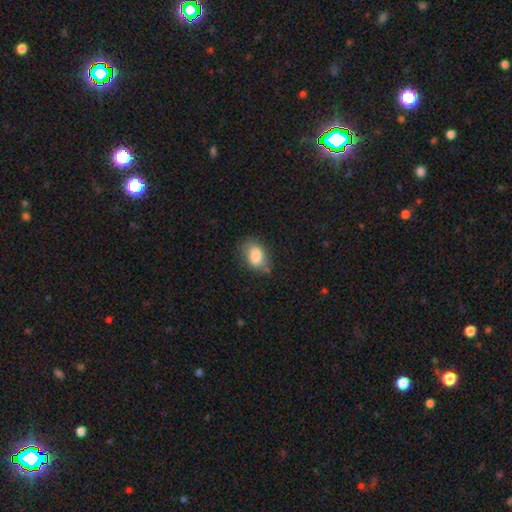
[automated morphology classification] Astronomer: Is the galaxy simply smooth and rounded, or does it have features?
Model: smooth — 84%.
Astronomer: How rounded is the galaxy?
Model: in between — 83%.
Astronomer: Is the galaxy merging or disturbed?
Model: none — 72%.